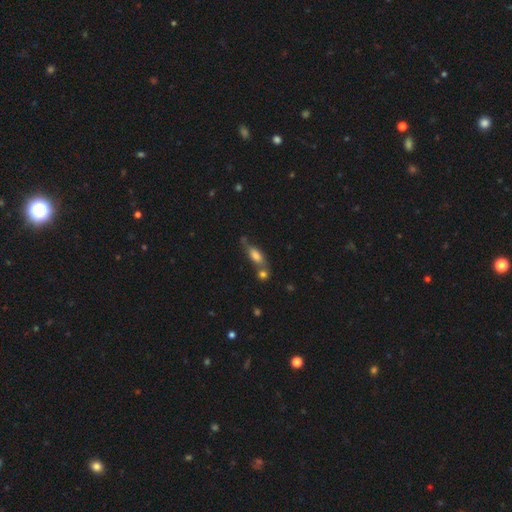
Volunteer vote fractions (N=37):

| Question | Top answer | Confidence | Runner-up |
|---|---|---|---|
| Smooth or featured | smooth | 73% | featured or disk (22%) |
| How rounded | in between | 67% | cigar-shaped (30%) |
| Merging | none | 46% | merger (23%) |